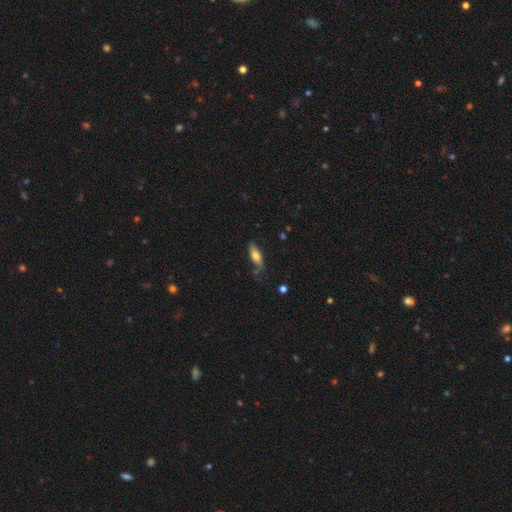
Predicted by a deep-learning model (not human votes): This appears to be a smooth galaxy with no disk features (65%) that is in between round and cigar-shaped (65%). Merging: none (64%).